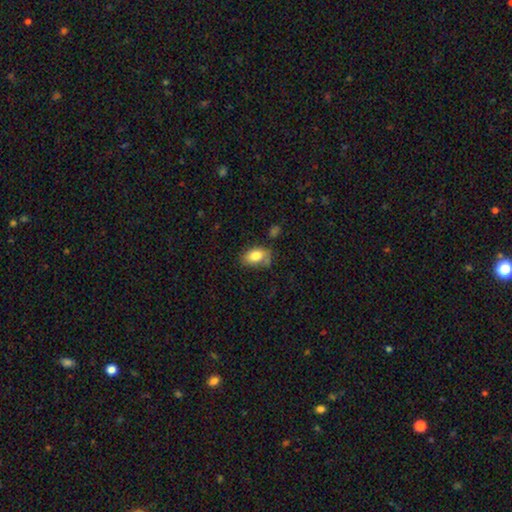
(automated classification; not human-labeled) Overall: smooth (81%). How rounded: in between (88%). Merging: none (60%; minor disturbance 27%).